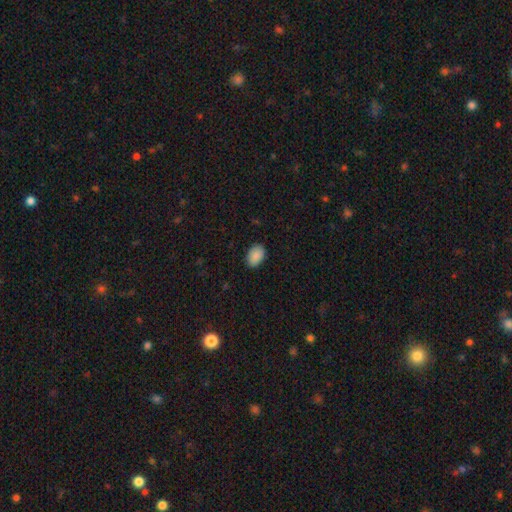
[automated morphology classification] type=smooth (90%); roundness=in between (87%); merging=none (85%).